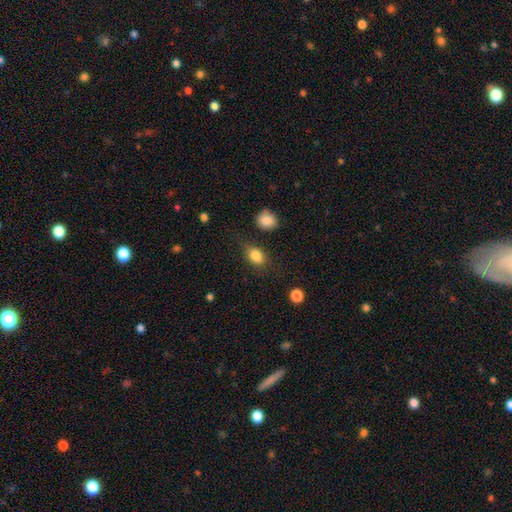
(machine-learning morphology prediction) Overall: smooth (85%). How rounded: in between (76%). Merging: none (70%).